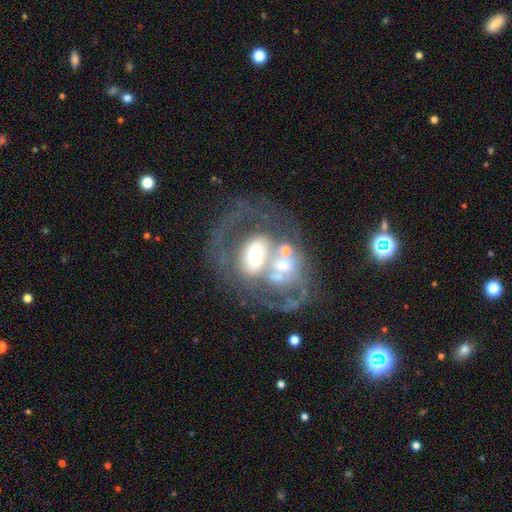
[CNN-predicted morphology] Smooth or featured? Predicted: featured or disk (p=0.70). Edge-on disk? Predicted: no (p=0.96). Bar? Predicted: no (p=0.54). Spiral arms? Predicted: no (p=0.51). Bulge size? Predicted: moderate (p=0.50). Merging? Predicted: merger (p=0.47).